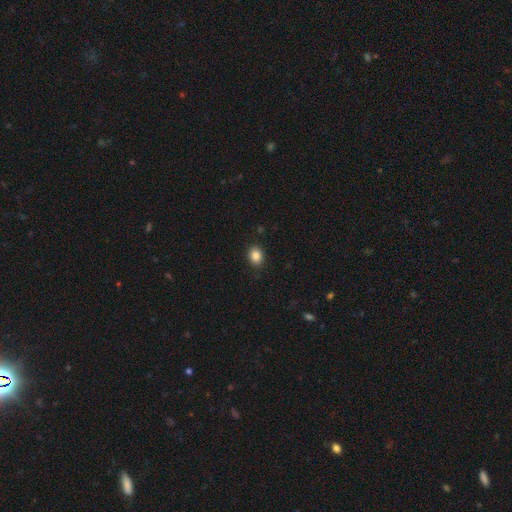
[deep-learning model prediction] smooth-or-featured: smooth: 85% | star or artifact: 10% | featured or disk: 5%
  how-rounded: round: 57% | in between: 42% | cigar-shaped: 1%
  merging: none: 89% | minor disturbance: 8% | major disturbance: 2% | merger: 1%